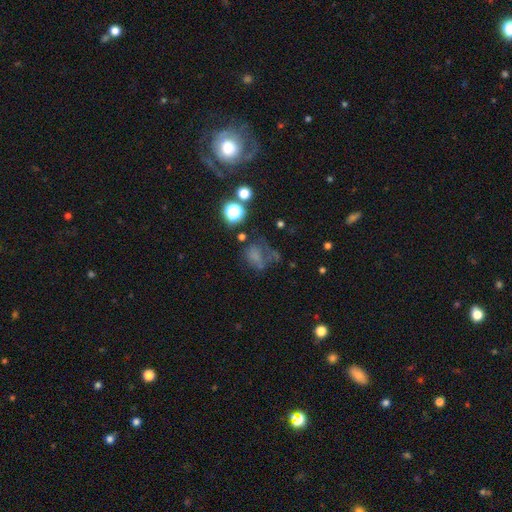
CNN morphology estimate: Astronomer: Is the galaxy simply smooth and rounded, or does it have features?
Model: smooth — 49% (runner-up: star or artifact, 26%).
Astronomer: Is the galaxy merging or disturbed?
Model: none — 36% (runner-up: major disturbance, 34%).